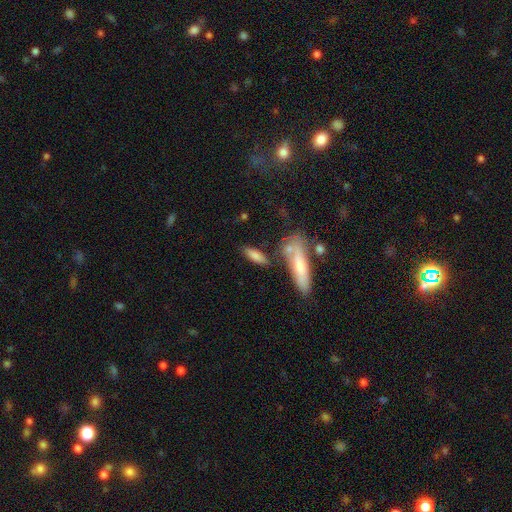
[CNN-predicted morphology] Q: Smooth or featured?
A: smooth (78%); runner-up: featured or disk (15%)
Q: How rounded?
A: cigar-shaped (49%); runner-up: in between (48%)
Q: Merging?
A: none (68%); runner-up: minor disturbance (14%)